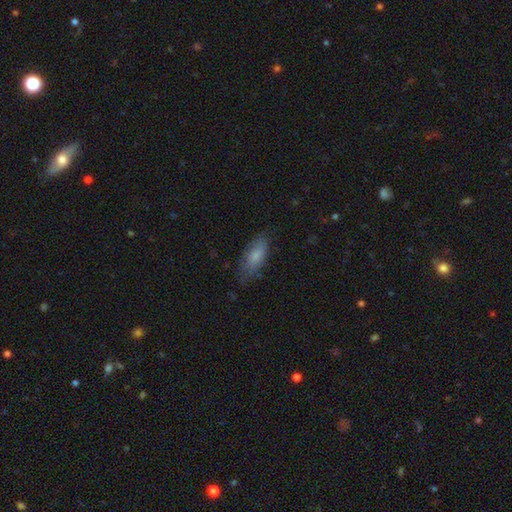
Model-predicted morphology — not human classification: Overall: smooth (75%). How rounded: in between (79%). Merging: none (67%).